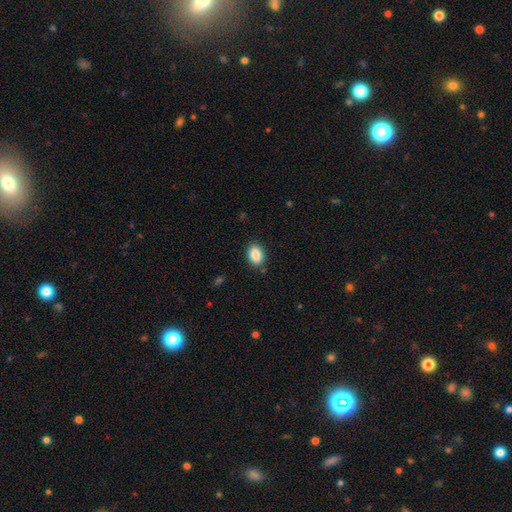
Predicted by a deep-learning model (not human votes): This appears to be a smooth galaxy with no disk features (88%) that is in between round and cigar-shaped (84%). Merging: none (86%).